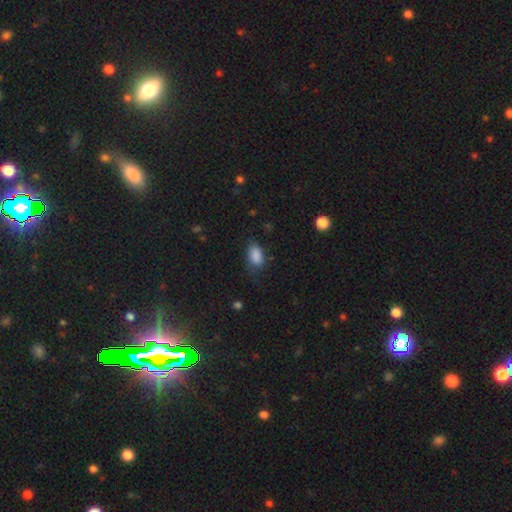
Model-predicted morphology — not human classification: This appears to be a smooth galaxy with no disk features (87%) that is in between round and cigar-shaped (90%). Merging: none (67%).